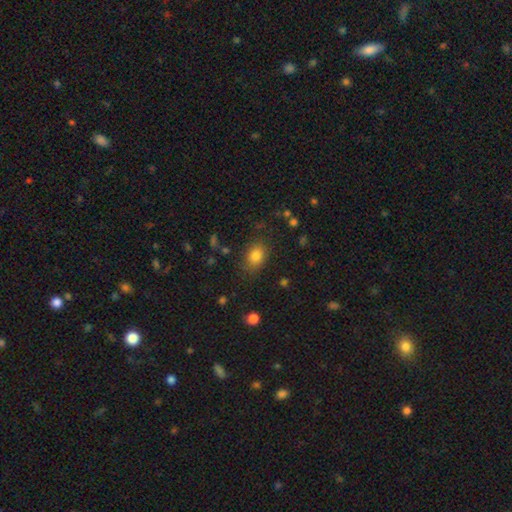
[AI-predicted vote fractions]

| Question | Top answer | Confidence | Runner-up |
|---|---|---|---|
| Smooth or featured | smooth | 83% | star or artifact (11%) |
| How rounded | in between | 69% | round (30%) |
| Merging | none | 79% | minor disturbance (14%) |